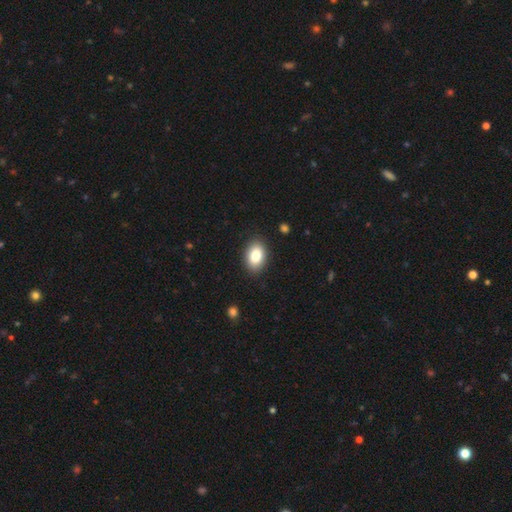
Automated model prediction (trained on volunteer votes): Smooth or featured? Predicted: smooth (p=0.84). How rounded? Predicted: in between (p=0.86). Merging? Predicted: none (p=0.88).